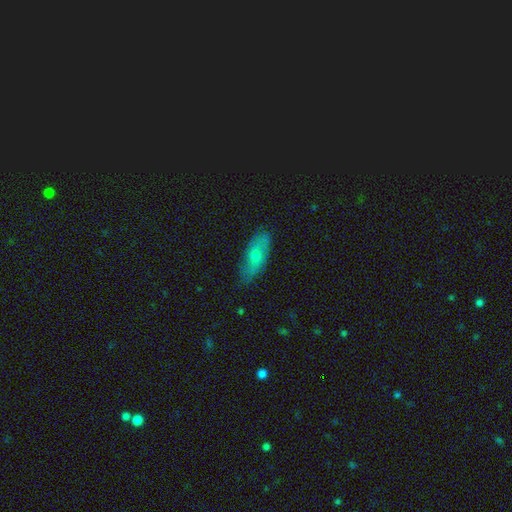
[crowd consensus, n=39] Smooth or featured? smooth (59%)
How rounded? in between (70%)
Merging? none (82%)